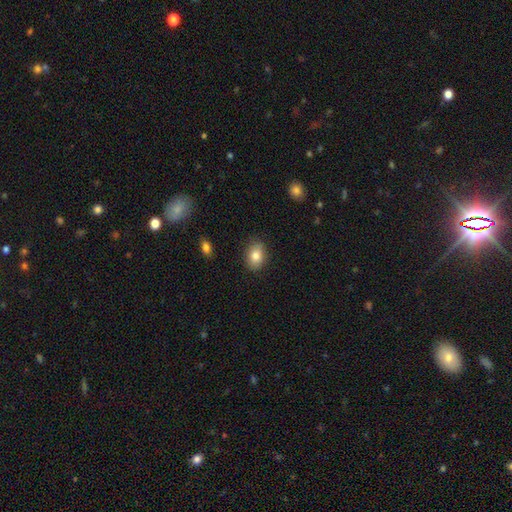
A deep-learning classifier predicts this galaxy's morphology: smooth-or-featured: smooth: 82% | featured or disk: 10% | star or artifact: 8%
  how-rounded: in between: 78% | round: 21% | cigar-shaped: 1%
  merging: none: 86% | minor disturbance: 11% | major disturbance: 2% | merger: 1%